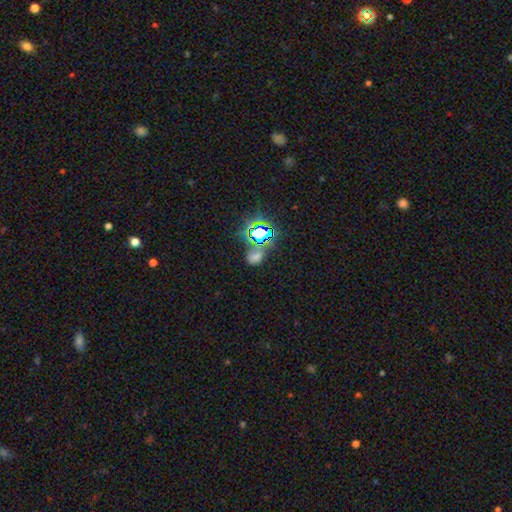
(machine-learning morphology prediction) This is possibly a star or artifact rather than a galaxy (47%).